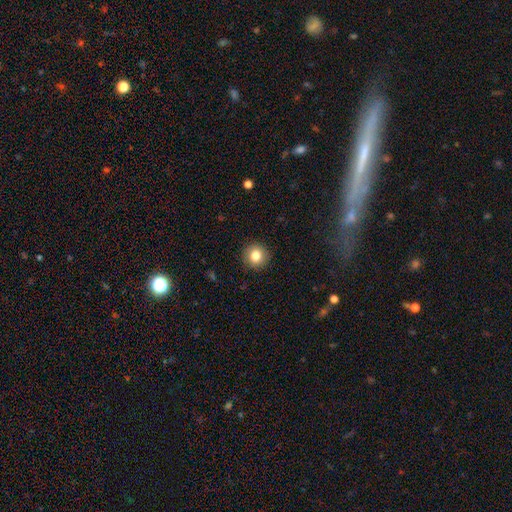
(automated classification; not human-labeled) This appears to be a smooth galaxy with no disk features (83%) that is round (94%). Merging: none (92%).